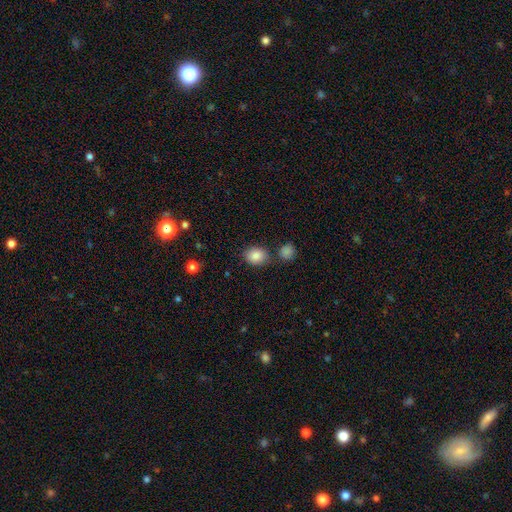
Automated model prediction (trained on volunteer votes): smooth_or_featured: smooth (p=0.86) [alt: star or artifact p=0.09]
how_rounded: in between (p=0.51) [alt: round p=0.48]
merging: none (p=0.74) [alt: minor disturbance p=0.13]